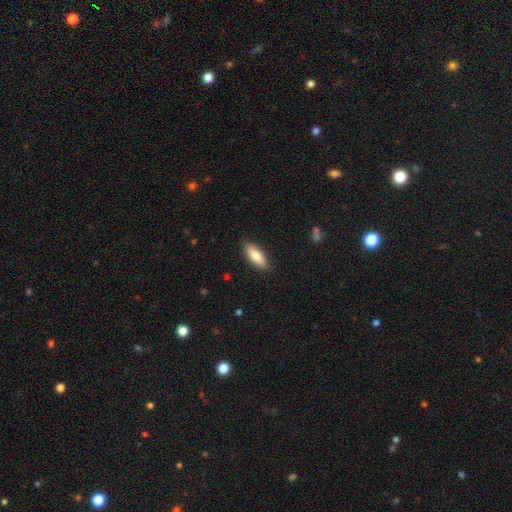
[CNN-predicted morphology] Q: Smooth or featured?
A: smooth (80%); runner-up: featured or disk (14%)
Q: How rounded?
A: in between (70%); runner-up: cigar-shaped (28%)
Q: Merging?
A: none (86%); runner-up: minor disturbance (11%)